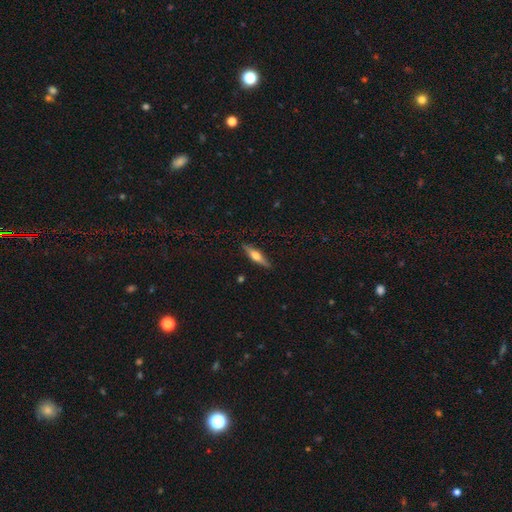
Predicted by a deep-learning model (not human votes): Overall: featured or disk (62%; smooth 33%). Edge-on disk: yes (96%). Edge-on bulge: rounded (90%). Merging: none (89%).